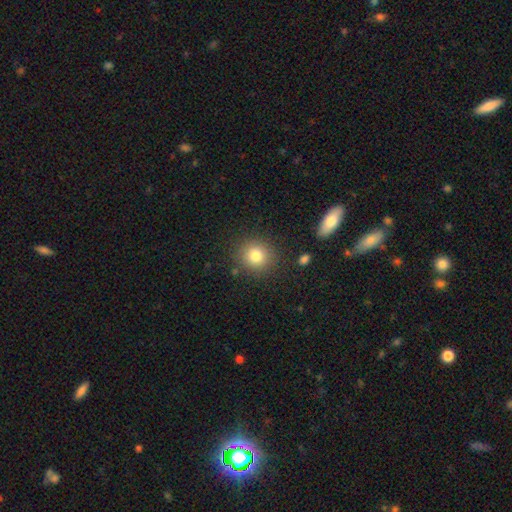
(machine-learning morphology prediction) smooth_or_featured: smooth (p=0.80) [alt: star or artifact p=0.11]
how_rounded: round (p=0.88) [alt: in between p=0.11]
merging: none (p=0.87) [alt: minor disturbance p=0.08]